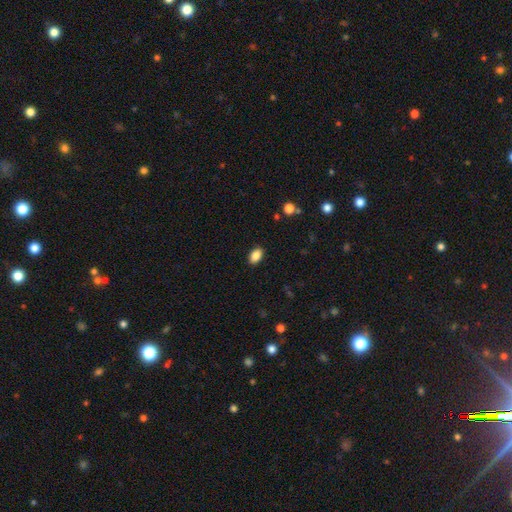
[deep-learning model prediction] A smooth galaxy with no disk features (87%) that is in between round and cigar-shaped (89%).

Vote fractions:
- Smooth or featured? smooth: 87% / star or artifact: 9% / featured or disk: 4%
- How rounded? in between: 89% / round: 9% / cigar-shaped: 2%
- Merging? none: 89% / minor disturbance: 8% / major disturbance: 2% / merger: 1%